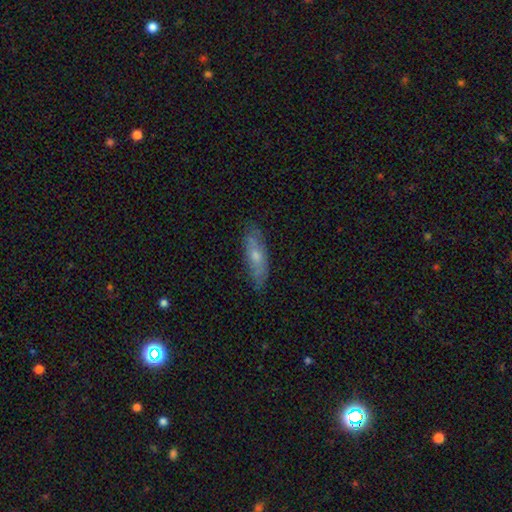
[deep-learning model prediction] The model was most divided on "smooth or featured": smooth: 50%, featured or disk: 43%, star or artifact: 7%. More confident: merging — none (77%); how rounded — cigar-shaped (57%).